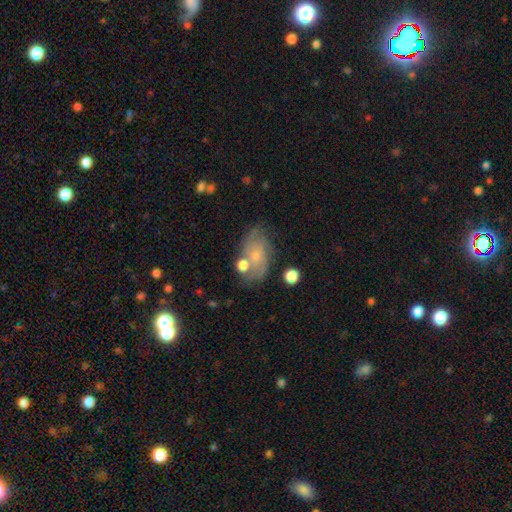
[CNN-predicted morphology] Smooth or featured? smooth (49%)
Merging? none (54%)